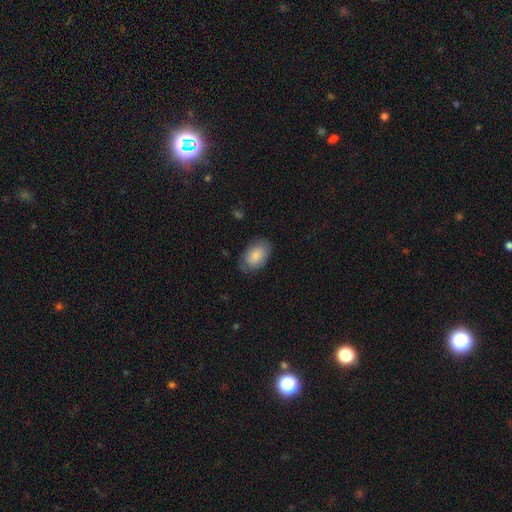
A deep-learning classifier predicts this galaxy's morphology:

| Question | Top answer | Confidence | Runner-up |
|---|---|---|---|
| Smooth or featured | smooth | 84% | featured or disk (10%) |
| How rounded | in between | 90% | round (9%) |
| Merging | none | 76% | minor disturbance (18%) |